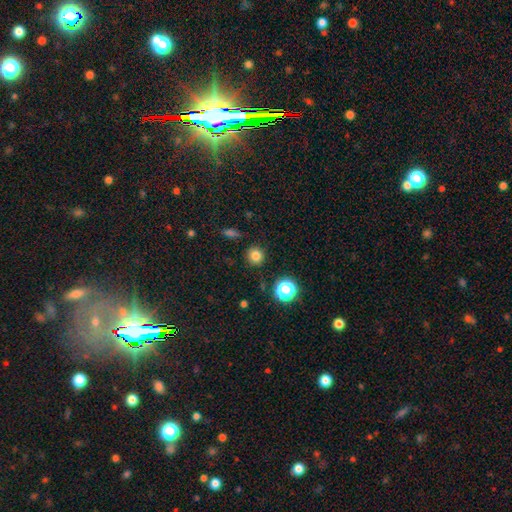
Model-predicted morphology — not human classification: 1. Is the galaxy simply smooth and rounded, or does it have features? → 80% smooth, 14% star or artifact, 5% featured or disk.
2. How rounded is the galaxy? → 93% round, 6% in between, 1% cigar-shaped.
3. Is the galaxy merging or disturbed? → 89% none, 7% minor disturbance, 2% major disturbance, 2% merger.